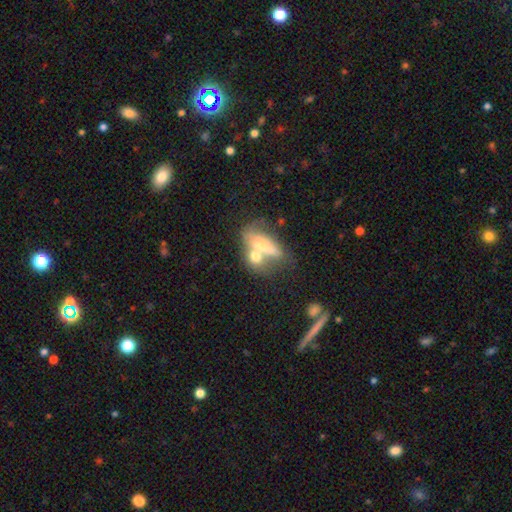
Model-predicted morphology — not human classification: This appears to be a smooth galaxy with no disk features (58%) that is in between round and cigar-shaped (66%). Merging: merger (61%).